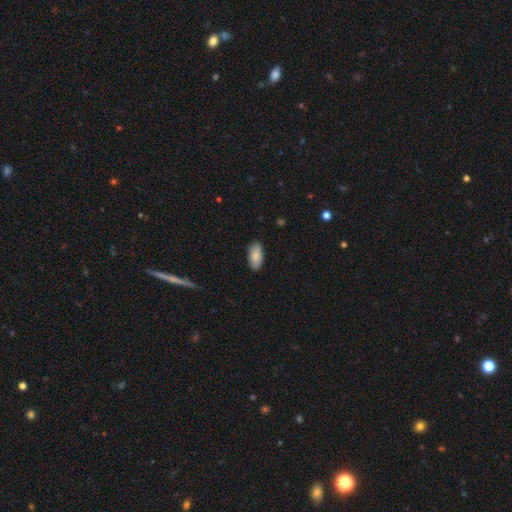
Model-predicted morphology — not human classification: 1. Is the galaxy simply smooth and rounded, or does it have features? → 87% smooth, 7% featured or disk, 6% star or artifact.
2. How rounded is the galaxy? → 92% in between, 6% cigar-shaped, 2% round.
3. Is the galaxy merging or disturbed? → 88% none, 9% minor disturbance, 2% major disturbance, 1% merger.